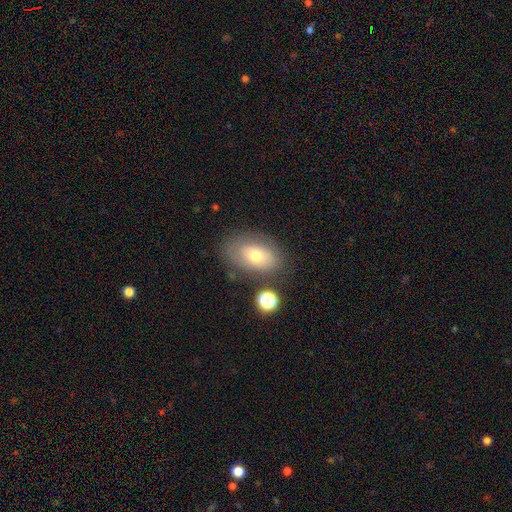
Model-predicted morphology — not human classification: A smooth galaxy with no disk features (64%) that is in between round and cigar-shaped (86%).

Vote fractions:
- Smooth or featured? smooth: 64% / featured or disk: 26% / star or artifact: 10%
- How rounded? in between: 86% / round: 12% / cigar-shaped: 2%
- Merging? none: 73% / minor disturbance: 16% / major disturbance: 6% / merger: 5%